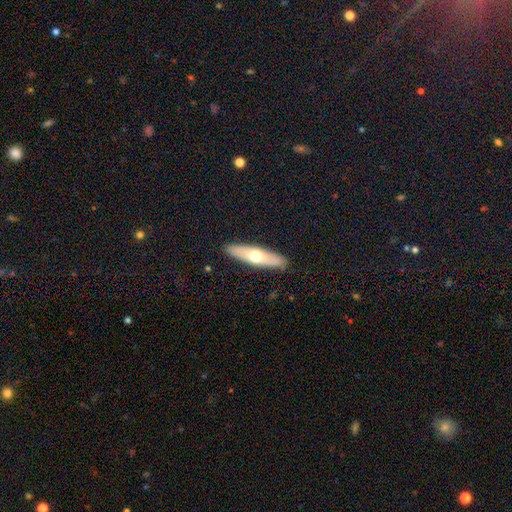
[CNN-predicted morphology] The model was most divided on "smooth or featured": smooth: 53%, featured or disk: 42%, star or artifact: 5%. More confident: merging — none (89%); how rounded — cigar-shaped (70%).